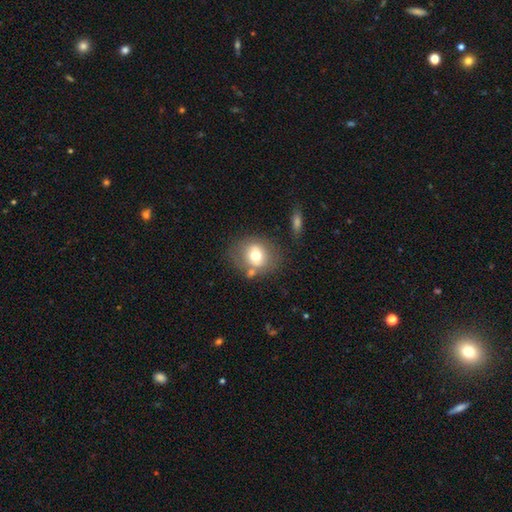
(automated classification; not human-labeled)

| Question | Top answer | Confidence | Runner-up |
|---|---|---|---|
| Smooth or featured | smooth | 65% | featured or disk (25%) |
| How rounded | round | 68% | in between (31%) |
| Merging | none | 64% | minor disturbance (16%) |